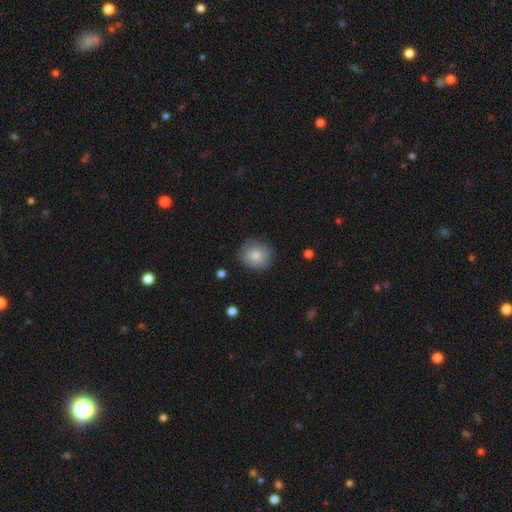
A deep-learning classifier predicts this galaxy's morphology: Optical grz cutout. It shows a smooth galaxy with no disk features (78%) that is round (81%). Merging: none (79%).